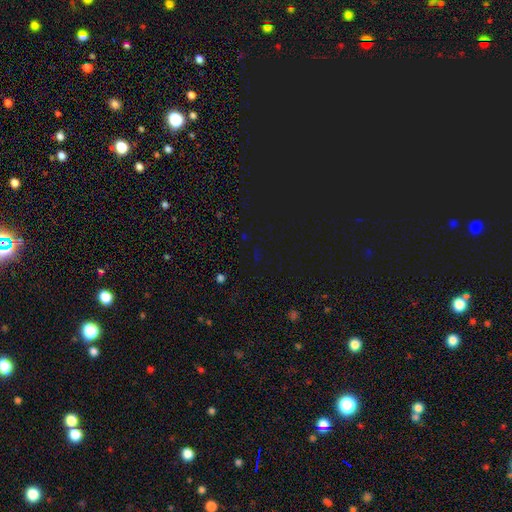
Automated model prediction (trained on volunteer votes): smooth_or_featured: star or artifact (p=0.74) [alt: smooth p=0.19]